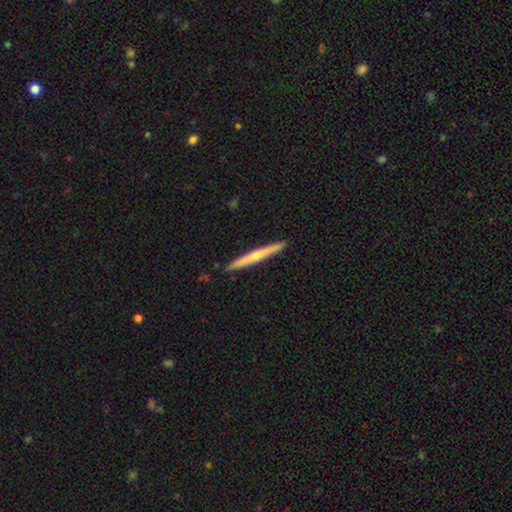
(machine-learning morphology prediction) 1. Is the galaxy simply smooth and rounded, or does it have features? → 55% featured or disk, 40% smooth, 5% star or artifact.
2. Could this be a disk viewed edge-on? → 97% yes, 3% no.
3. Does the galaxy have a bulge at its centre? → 62% rounded, 34% none, 4% boxy.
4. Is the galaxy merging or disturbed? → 92% none, 6% minor disturbance, 1% merger, 1% major disturbance.